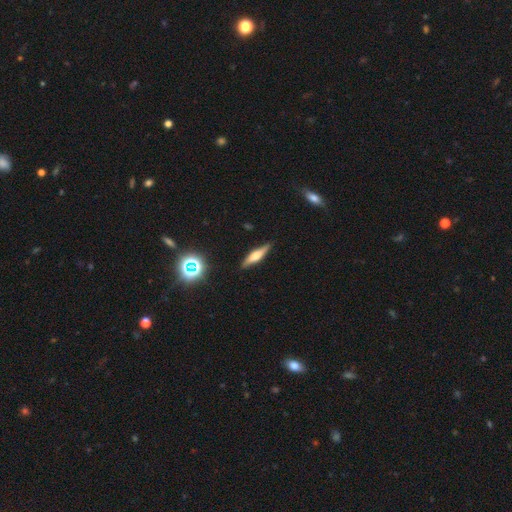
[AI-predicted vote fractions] smooth_or_featured: featured or disk (p=0.56) [alt: smooth p=0.35]
disk_edge_on: yes (p=0.95) [alt: no p=0.05]
edge_on_bulge: rounded (p=0.79) [alt: boxy p=0.16]
merging: none (p=0.87) [alt: minor disturbance p=0.10]